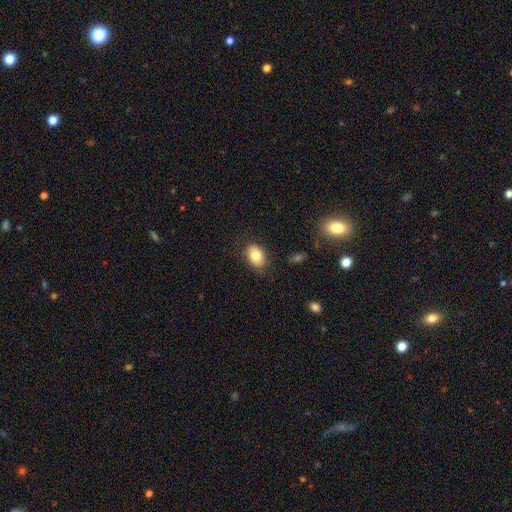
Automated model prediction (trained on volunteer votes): smooth-or-featured: smooth: 81% | featured or disk: 11% | star or artifact: 8%
  how-rounded: in between: 79% | round: 20% | cigar-shaped: 1%
  merging: none: 81% | minor disturbance: 14% | major disturbance: 3% | merger: 1%